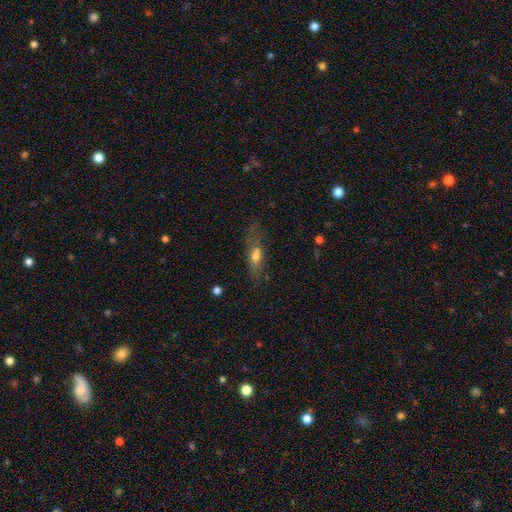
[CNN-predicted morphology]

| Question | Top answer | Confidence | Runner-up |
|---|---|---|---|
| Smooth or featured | smooth | 53% | featured or disk (36%) |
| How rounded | cigar-shaped | 49% | in between (46%) |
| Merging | none | 52% | minor disturbance (24%) |